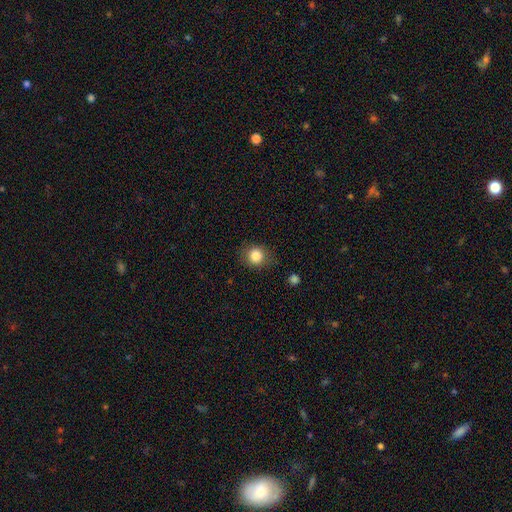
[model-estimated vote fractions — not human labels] smooth-or-featured: smooth: 84% | star or artifact: 10% | featured or disk: 6%
  how-rounded: round: 81% | in between: 18% | cigar-shaped: 1%
  merging: none: 83% | minor disturbance: 12% | major disturbance: 4% | merger: 1%